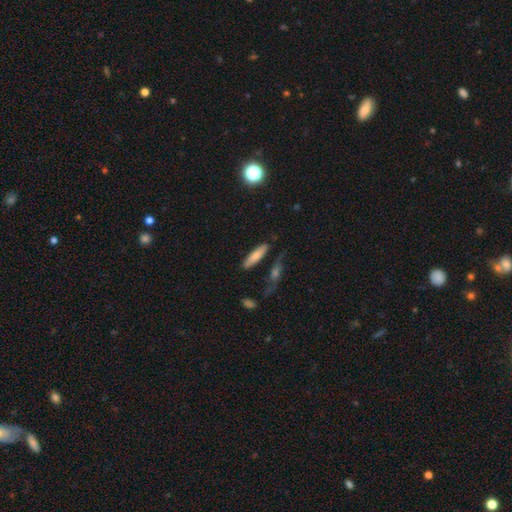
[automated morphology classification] Smooth or featured? Predicted: smooth (p=0.73). How rounded? Predicted: cigar-shaped (p=0.68). Merging? Predicted: none (p=0.74).